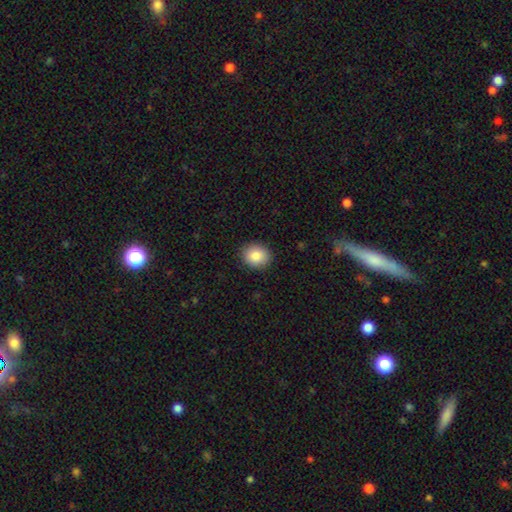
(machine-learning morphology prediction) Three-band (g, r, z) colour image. It shows a smooth galaxy with no disk features (86%) that is round (67%). Merging: none (90%).